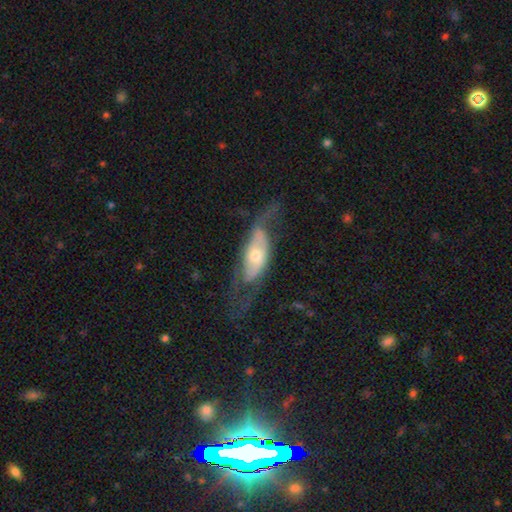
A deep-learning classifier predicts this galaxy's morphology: Smooth or featured? featured or disk (68%)
Edge-on disk? no (78%)
Bar? no (70%)
Spiral arms? yes (68%)
Bulge size? moderate (53%)
Merging? none (45%)